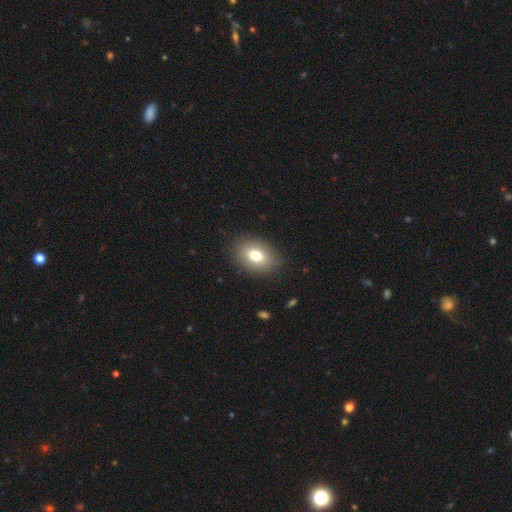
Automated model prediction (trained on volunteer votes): The model was most divided on "how rounded": in between: 79%, round: 20%, cigar-shaped: 1%. More confident: merging — none (86%); smooth or featured — smooth (77%).